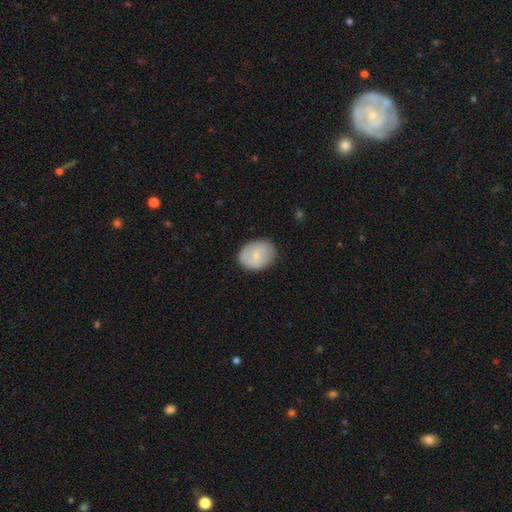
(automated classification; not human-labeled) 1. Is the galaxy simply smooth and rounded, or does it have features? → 68% smooth, 26% featured or disk, 6% star or artifact.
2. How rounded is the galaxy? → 64% in between, 35% round, 1% cigar-shaped.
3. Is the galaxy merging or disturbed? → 83% none, 13% minor disturbance, 3% major disturbance, 1% merger.